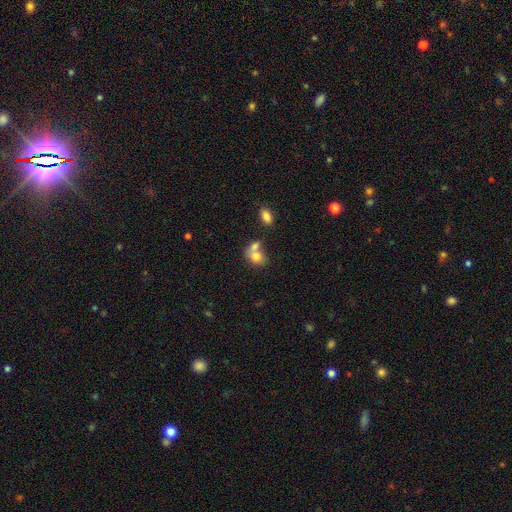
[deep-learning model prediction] Smooth or featured? smooth (74%)
How rounded? in between (54%)
Merging? merger (59%)